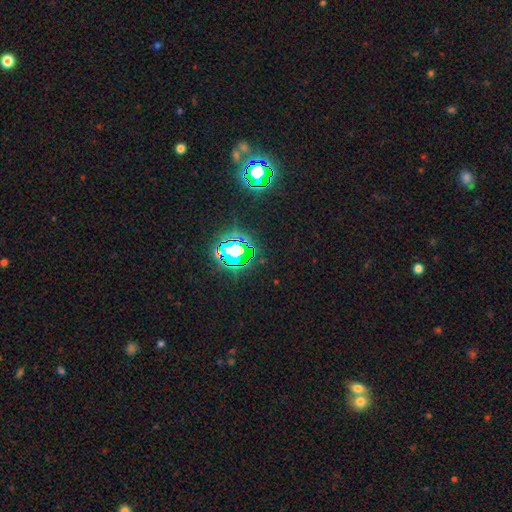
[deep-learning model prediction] Smooth or featured: star or artifact — 81% (smooth — 12%)